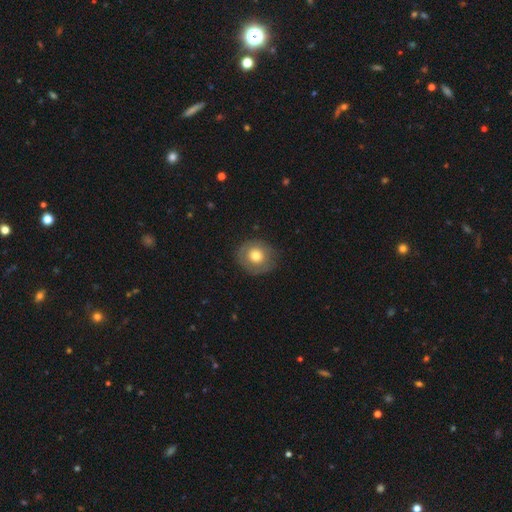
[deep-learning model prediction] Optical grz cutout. It shows a smooth galaxy with no disk features (68%) that is round (85%). Merging: none (80%).